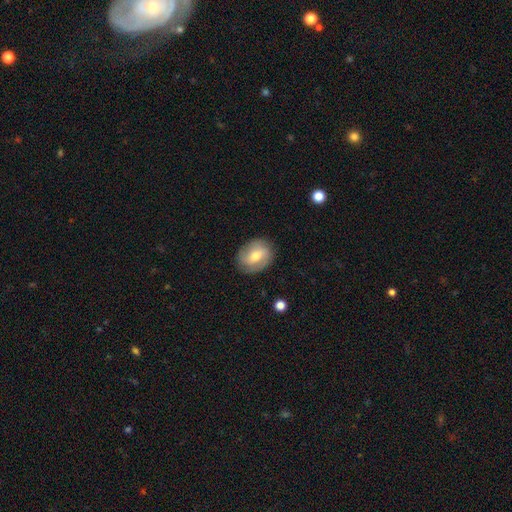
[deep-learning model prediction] This is possibly a featured or disk galaxy (51%). It is clearly not viewed edge-on (95%). Merging: clearly none (83%).